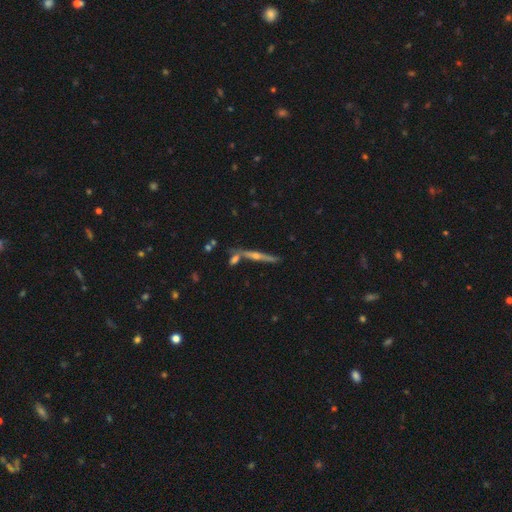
Smooth or featured?
  - featured or disk: 92% *
  - star or artifact: 5%
  - smooth: 3%
Edge-on disk?
  - yes: 100% *
  - no: 0%
Edge-on bulge?
  - rounded: 85% *
  - none: 9%
  - boxy: 6%
Merging?
  - none: 86% *
  - minor disturbance: 11%
  - major disturbance: 3%
  - merger: 0%